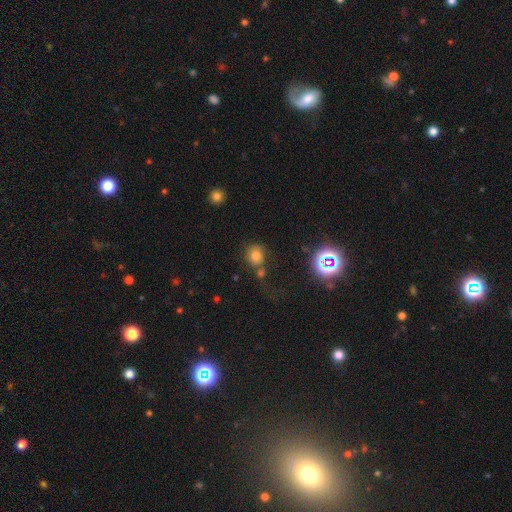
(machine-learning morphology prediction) This is likely a smooth galaxy (72%). How rounded: likely round (75%). Merging: possibly none (60%).